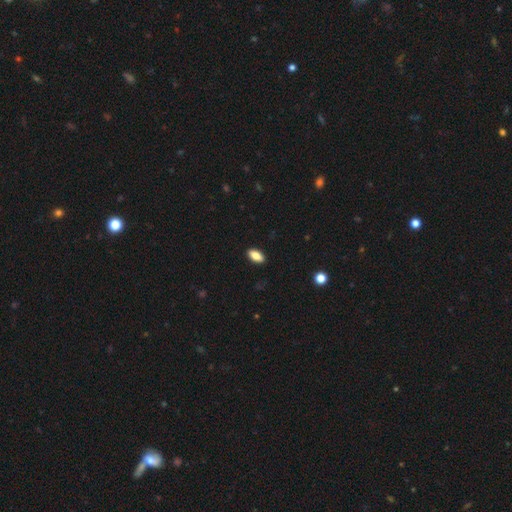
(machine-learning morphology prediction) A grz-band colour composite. It shows a smooth galaxy with no disk features (84%) that is in between round and cigar-shaped (90%). Merging: none (90%).